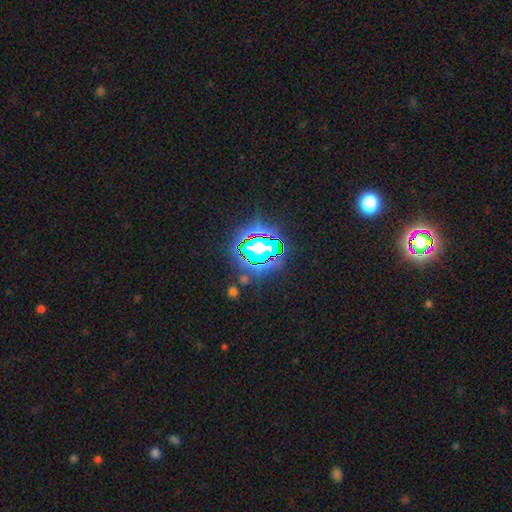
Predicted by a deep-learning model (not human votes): star or artifact 82%, smooth 11%, featured or disk 7%.